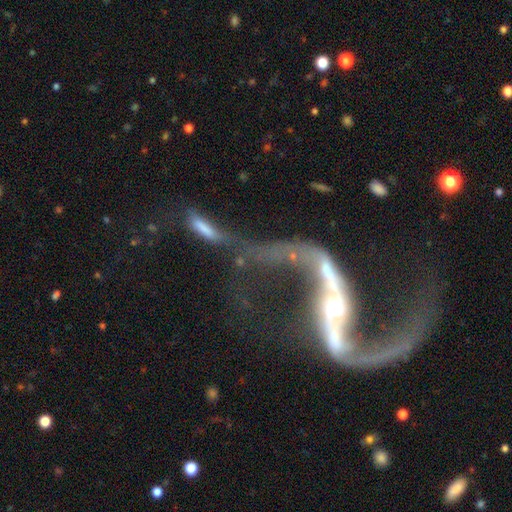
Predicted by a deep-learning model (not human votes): Smooth or featured?
  - featured or disk: 91% *
  - star or artifact: 5%
  - smooth: 4%
Edge-on disk?
  - no: 91% *
  - yes: 9%
Bar?
  - strong: 49% *
  - no: 27%
  - weak: 24%
Spiral arms?
  - yes: 94% *
  - no: 6%
Spiral winding?
  - loose: 88% *
  - medium: 8%
  - tight: 3%
Spiral arm count?
  - 2: 93% *
  - 1: 2%
  - can't tell: 1%
  - 3: 1%
  - 4: 1%
  - more than 4: 1%
Bulge size?
  - small: 62% *
  - moderate: 30%
  - large: 3%
  - none: 3%
  - dominant: 2%
Merging?
  - none: 43% *
  - merger: 23%
  - major disturbance: 20%
  - minor disturbance: 15%